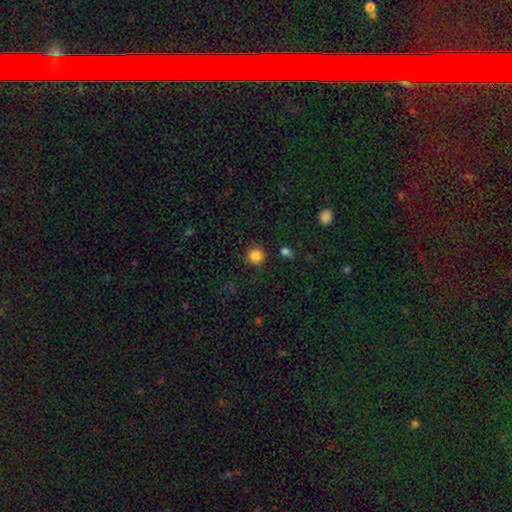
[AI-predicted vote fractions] smooth_or_featured: smooth (p=0.85) [alt: star or artifact p=0.11]
how_rounded: round (p=0.94) [alt: in between p=0.05]
merging: none (p=0.89) [alt: minor disturbance p=0.06]